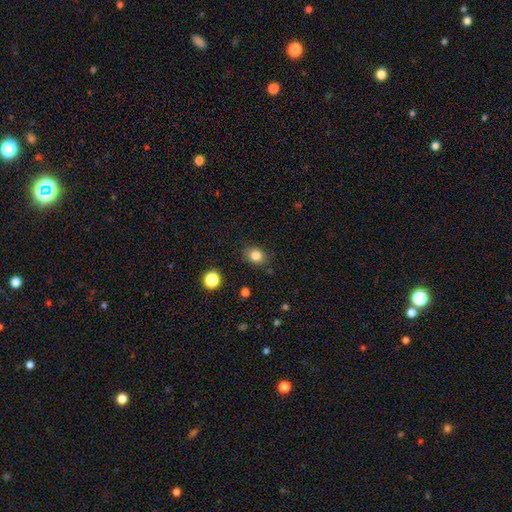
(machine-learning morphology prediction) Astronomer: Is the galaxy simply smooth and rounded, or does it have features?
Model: smooth — 83%.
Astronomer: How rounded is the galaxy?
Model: round — 56% (runner-up: in between, 43%).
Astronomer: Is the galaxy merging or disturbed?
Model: none — 82%.